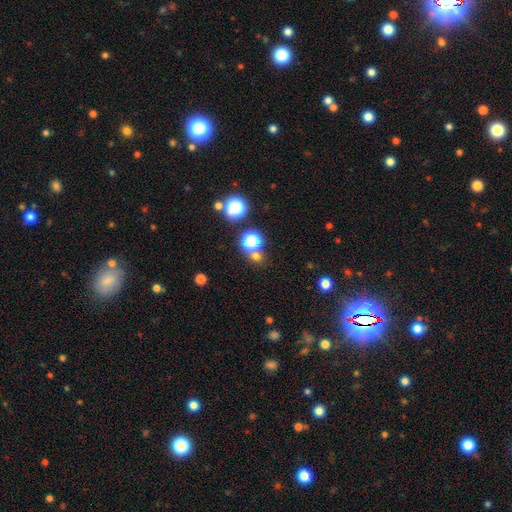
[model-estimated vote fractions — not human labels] Q: Smooth or featured?
A: smooth (59%); runner-up: star or artifact (34%)
Q: How rounded?
A: round (86%); runner-up: in between (13%)
Q: Merging?
A: none (67%); runner-up: merger (22%)